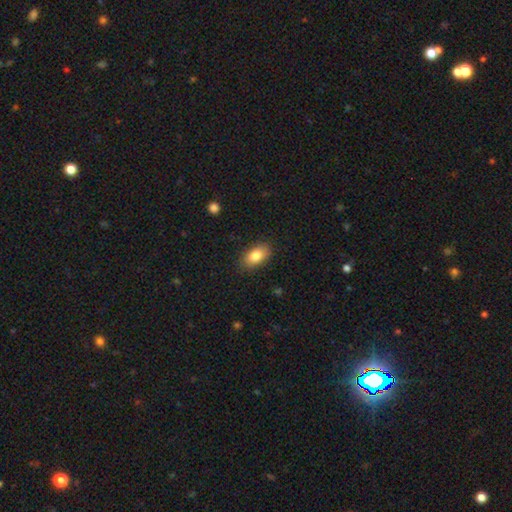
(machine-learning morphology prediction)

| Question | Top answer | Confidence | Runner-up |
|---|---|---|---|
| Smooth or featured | smooth | 84% | featured or disk (9%) |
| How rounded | in between | 91% | round (7%) |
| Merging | none | 85% | minor disturbance (11%) |